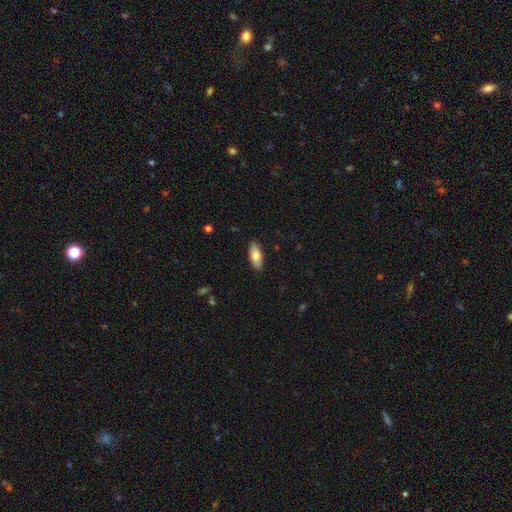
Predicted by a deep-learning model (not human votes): Overall: smooth (75%). How rounded: in between (86%). Merging: none (89%).